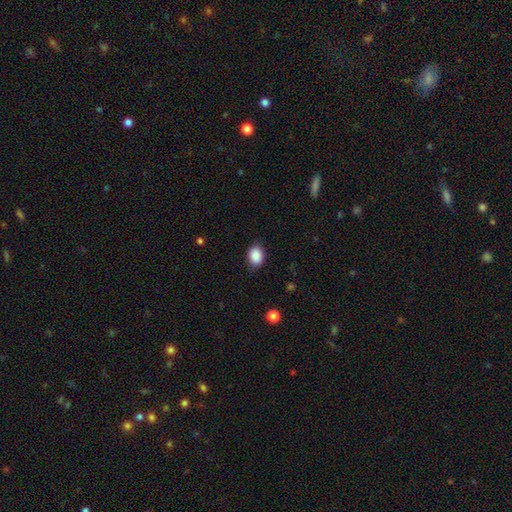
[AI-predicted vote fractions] Overall: smooth (88%). How rounded: in between (60%; round 39%). Merging: none (82%).